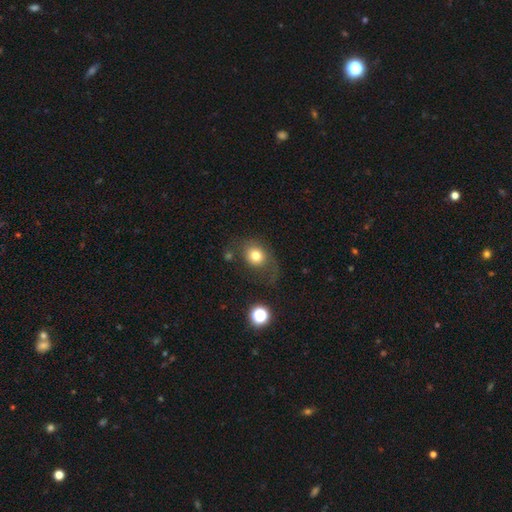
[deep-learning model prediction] This is likely a smooth galaxy (74%). How rounded: possibly round (58%). Merging: possibly none (53%).